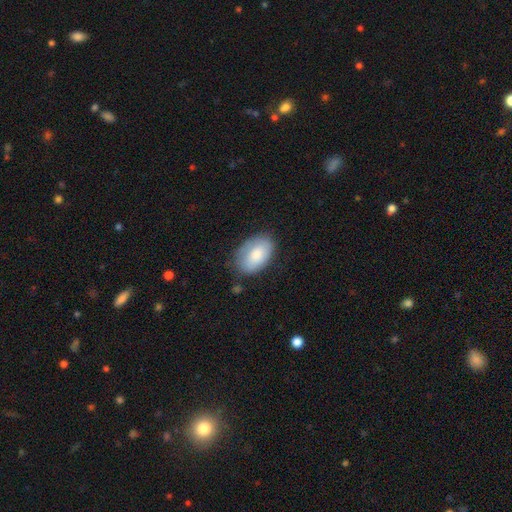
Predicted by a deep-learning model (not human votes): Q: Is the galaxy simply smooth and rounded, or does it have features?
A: smooth — 77%.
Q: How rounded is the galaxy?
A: in between — 91%.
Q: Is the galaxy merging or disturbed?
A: none — 70%.